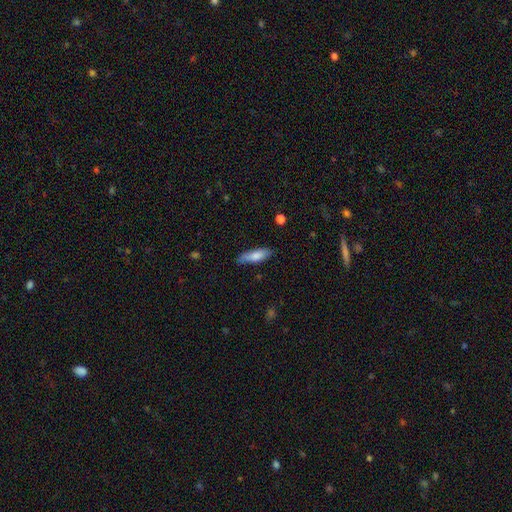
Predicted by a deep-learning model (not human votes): Smooth or featured: smooth — 77% (featured or disk — 17%)
How rounded: cigar-shaped — 54% (in between — 44%)
Merging: none — 76% (minor disturbance — 19%)